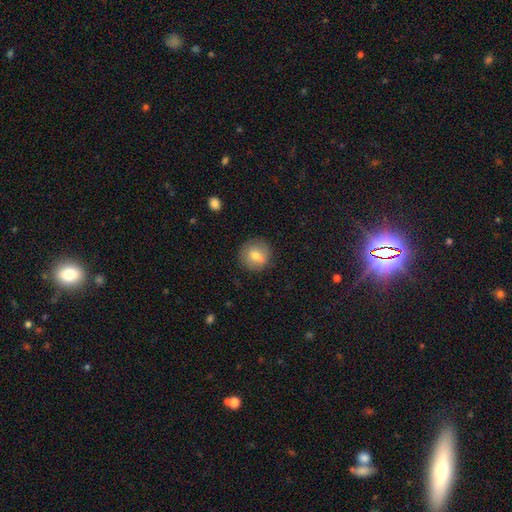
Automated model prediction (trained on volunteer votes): This appears to be a smooth galaxy with no disk features (74%) that is round (90%). Merging: none (85%).